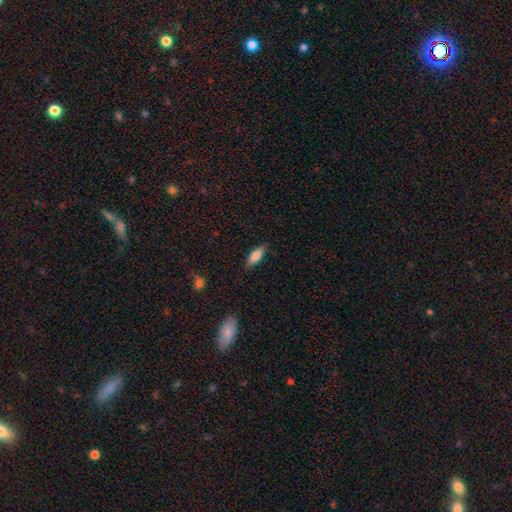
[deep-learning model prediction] Morphology: type=smooth (80%); roundness=in between (64%); merging=none (82%).